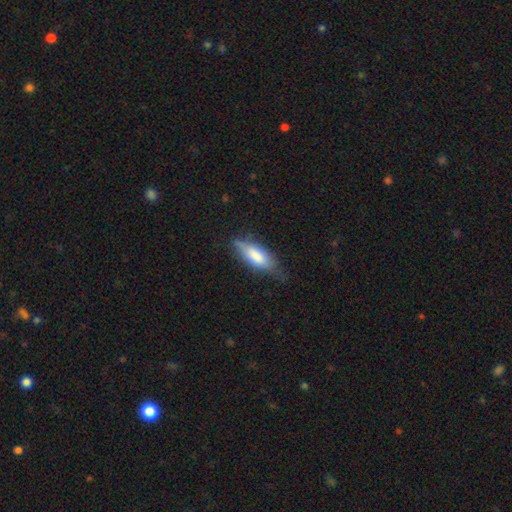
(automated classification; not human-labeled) smooth_or_featured: smooth (p=0.68) [alt: featured or disk p=0.25]
how_rounded: in between (p=0.58) [alt: cigar-shaped p=0.40]
merging: none (p=0.61) [alt: minor disturbance p=0.30]